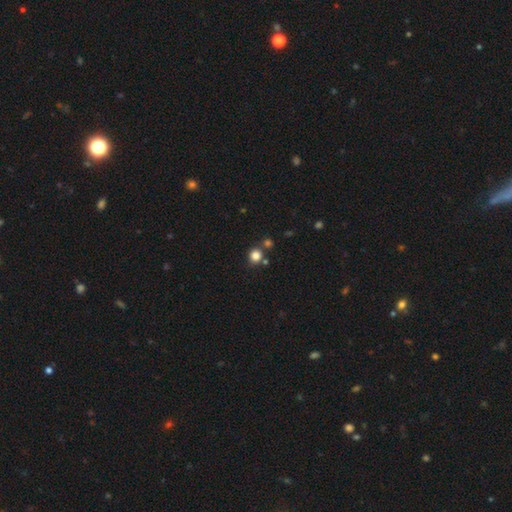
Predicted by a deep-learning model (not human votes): smooth-or-featured: smooth: 82% | star or artifact: 13% | featured or disk: 4%
  how-rounded: round: 88% | in between: 11% | cigar-shaped: 1%
  merging: none: 75% | merger: 14% | minor disturbance: 8% | major disturbance: 3%